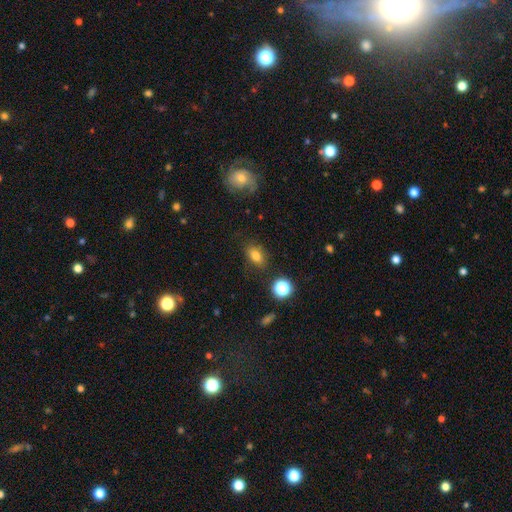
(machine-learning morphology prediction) This is likely a smooth galaxy (77%). How rounded: likely in between (77%). Merging: likely none (80%).